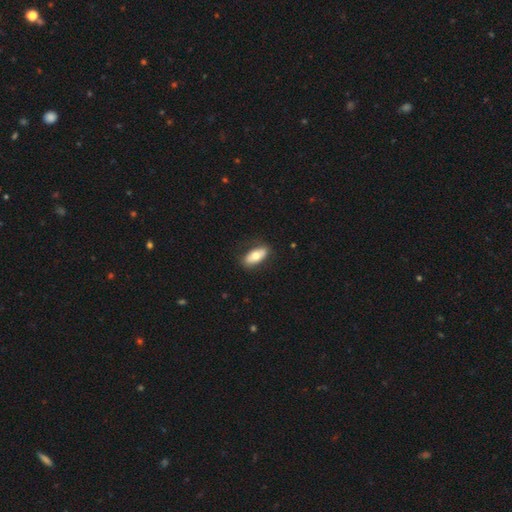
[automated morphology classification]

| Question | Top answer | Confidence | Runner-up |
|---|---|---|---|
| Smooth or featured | smooth | 68% | featured or disk (27%) |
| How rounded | in between | 82% | cigar-shaped (15%) |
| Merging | none | 83% | minor disturbance (13%) |